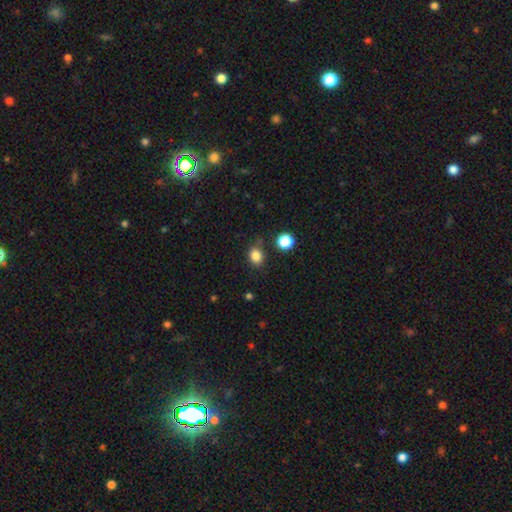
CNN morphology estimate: Overall: smooth (84%). How rounded: round (56%; in between 43%). Merging: none (77%).